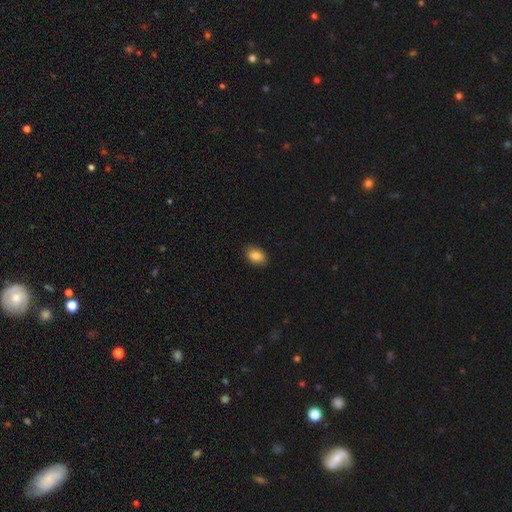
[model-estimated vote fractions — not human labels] Overall: smooth (87%). How rounded: in between (89%). Merging: none (87%).